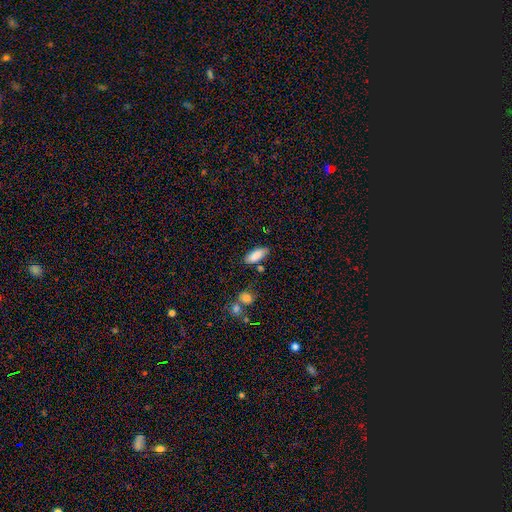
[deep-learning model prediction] Q: Smooth or featured?
A: smooth (85%); runner-up: featured or disk (7%)
Q: How rounded?
A: in between (75%); runner-up: cigar-shaped (23%)
Q: Merging?
A: none (74%); runner-up: minor disturbance (17%)